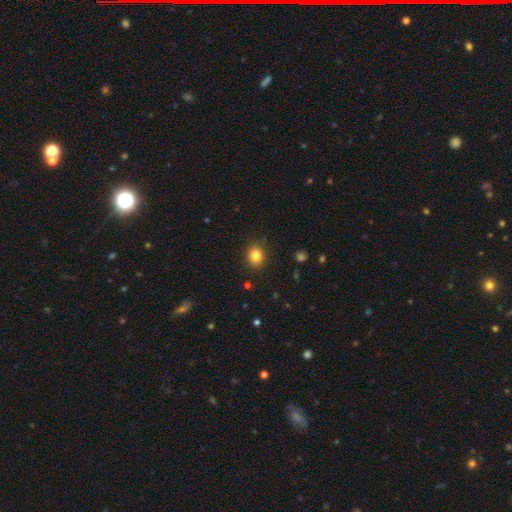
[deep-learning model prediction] This appears to be a smooth galaxy with no disk features (83%) that is round (67%). Merging: none (88%).